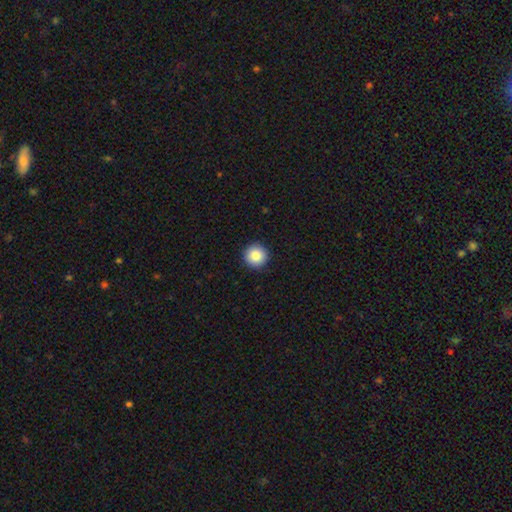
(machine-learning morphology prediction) Smooth or featured: smooth — 86% (star or artifact — 9%)
How rounded: round — 96% (in between — 3%)
Merging: none — 93% (minor disturbance — 5%)